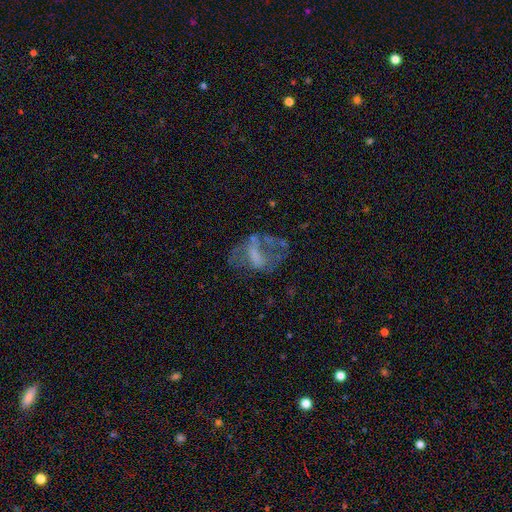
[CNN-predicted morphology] A featured or disk galaxy (59%) with no bar (54%), no spiral arms (72%) and no central bulge (52%). Merging: major disturbance (40%).